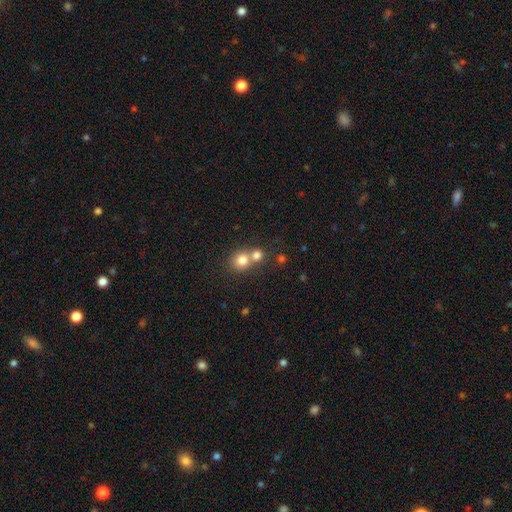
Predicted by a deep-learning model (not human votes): Smooth or featured? smooth (76%)
How rounded? round (85%)
Merging? merger (49%)